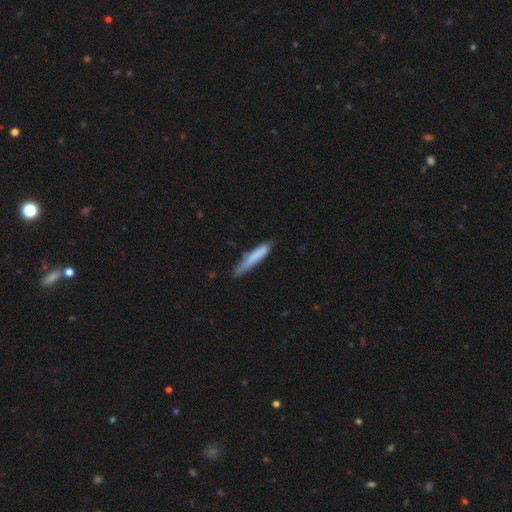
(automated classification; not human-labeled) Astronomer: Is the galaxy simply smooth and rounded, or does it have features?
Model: smooth — 76%.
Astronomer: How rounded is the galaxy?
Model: cigar-shaped — 93%.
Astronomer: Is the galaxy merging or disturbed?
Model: none — 68%.